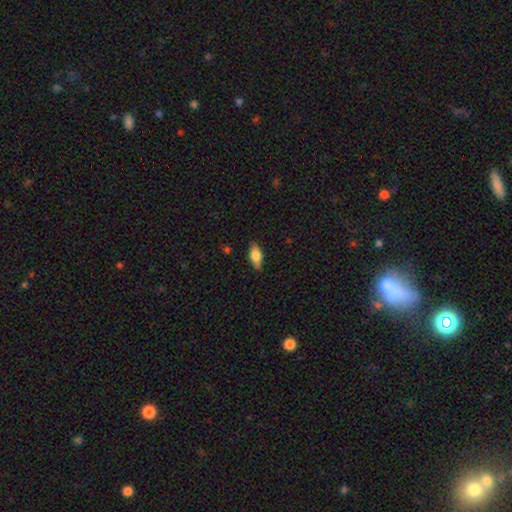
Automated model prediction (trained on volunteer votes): Q: Smooth or featured?
A: smooth (66%); runner-up: featured or disk (27%)
Q: How rounded?
A: in between (82%); runner-up: cigar-shaped (13%)
Q: Merging?
A: none (84%); runner-up: minor disturbance (13%)